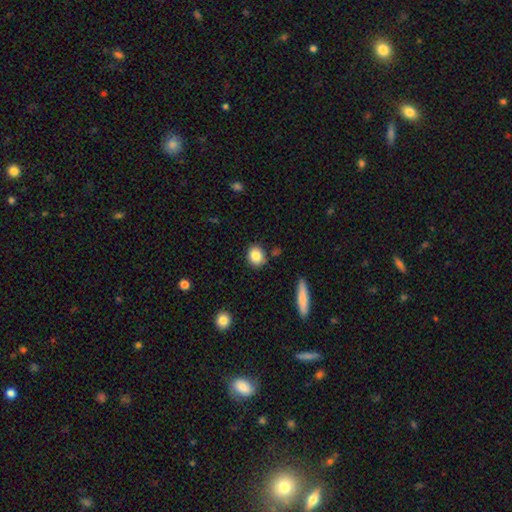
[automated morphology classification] type=smooth (83%); roundness=round (65%); merging=none (85%).